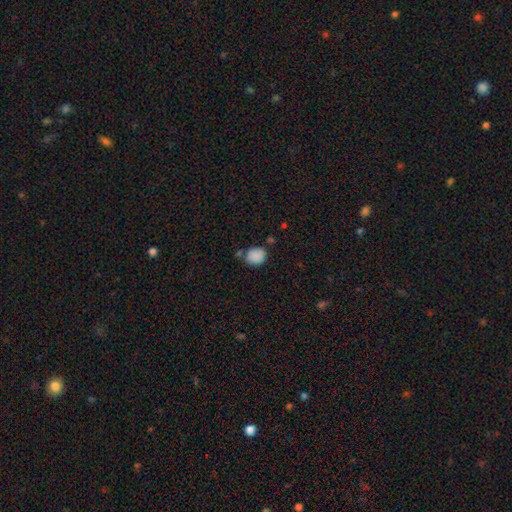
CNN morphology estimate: Smooth or featured: smooth — 87% (star or artifact — 9%)
How rounded: round — 68% (in between — 31%)
Merging: none — 68% (minor disturbance — 17%)